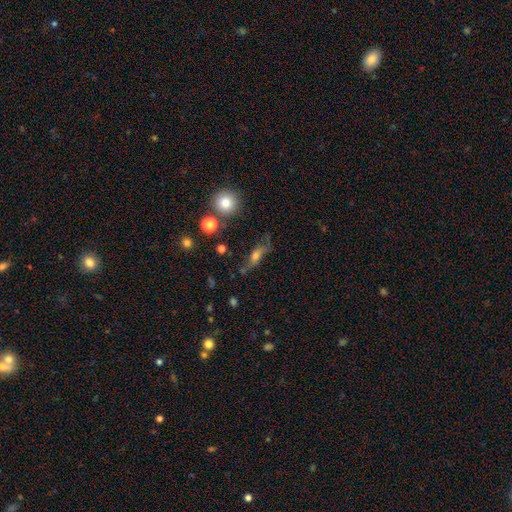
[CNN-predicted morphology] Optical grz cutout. It shows a smooth galaxy with no disk features (51%) that is in between round and cigar-shaped (51%). Merging: none (56%).